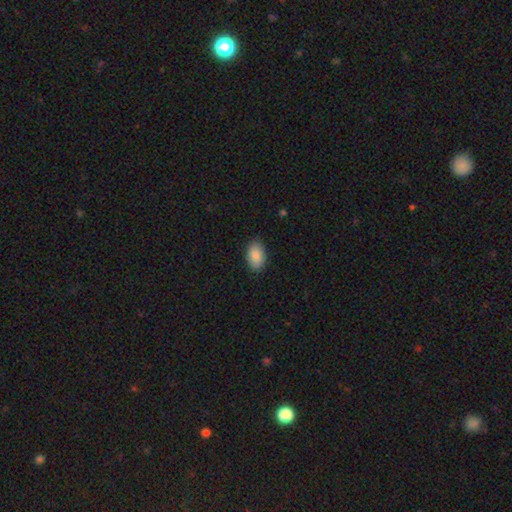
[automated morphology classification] Smooth or featured? smooth (89%)
How rounded? in between (93%)
Merging? none (87%)